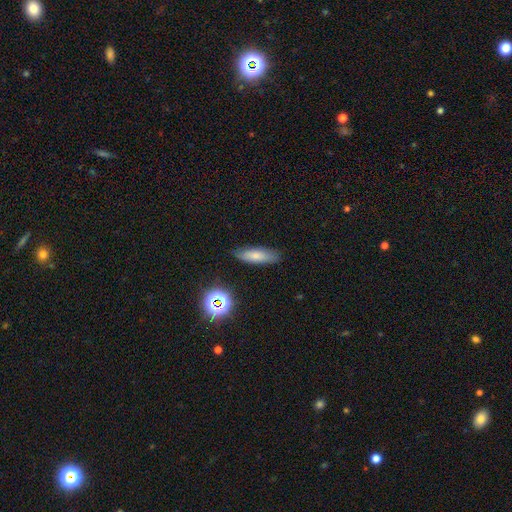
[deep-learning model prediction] Morphology: type=smooth (74%); roundness=cigar-shaped (52%); merging=none (83%).